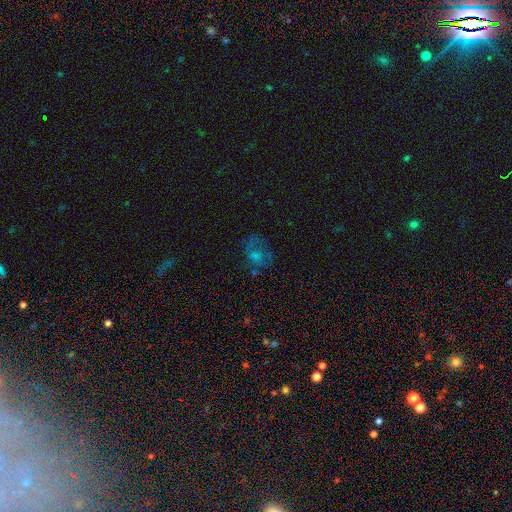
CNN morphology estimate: type=smooth (45%); merging=none (45%).